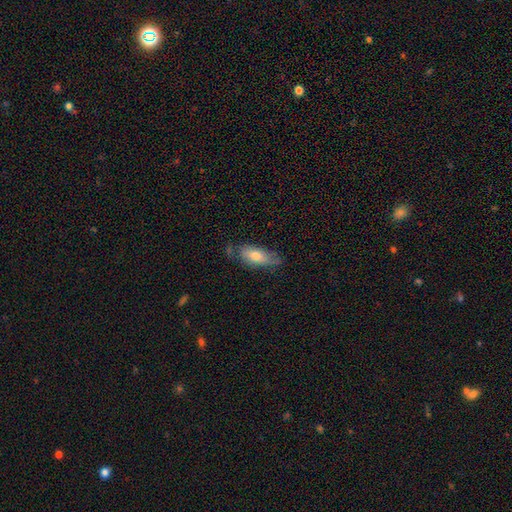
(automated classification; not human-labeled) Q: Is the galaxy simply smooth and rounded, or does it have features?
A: smooth — 69%.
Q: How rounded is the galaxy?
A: in between — 76%.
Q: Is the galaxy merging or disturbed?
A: none — 61%.